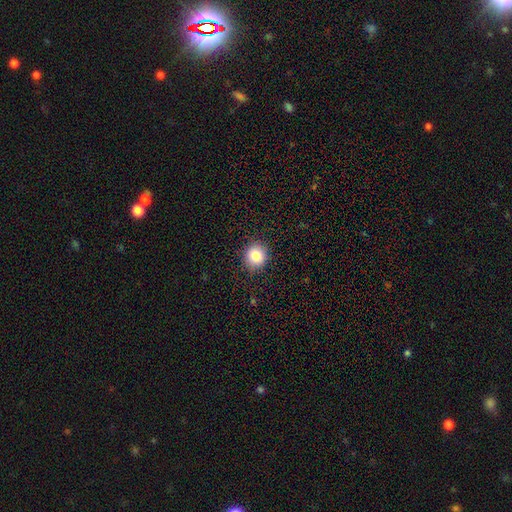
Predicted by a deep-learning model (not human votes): This appears to be a smooth galaxy with no disk features (83%) that is round (85%). Merging: none (88%).